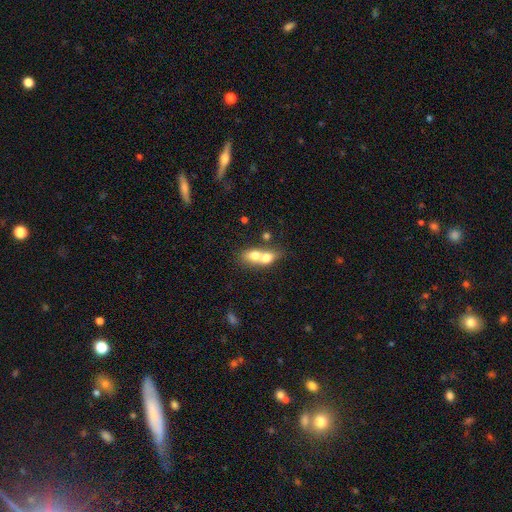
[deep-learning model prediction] Smooth or featured? smooth (68%)
How rounded? in between (65%)
Merging? merger (74%)